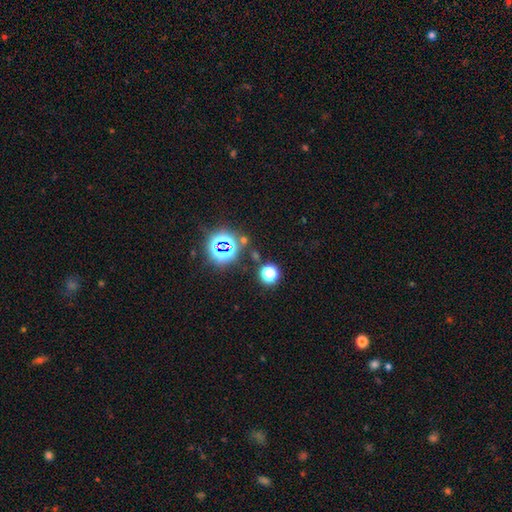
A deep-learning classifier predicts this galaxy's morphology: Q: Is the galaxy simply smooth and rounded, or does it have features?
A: star or artifact — 69%.